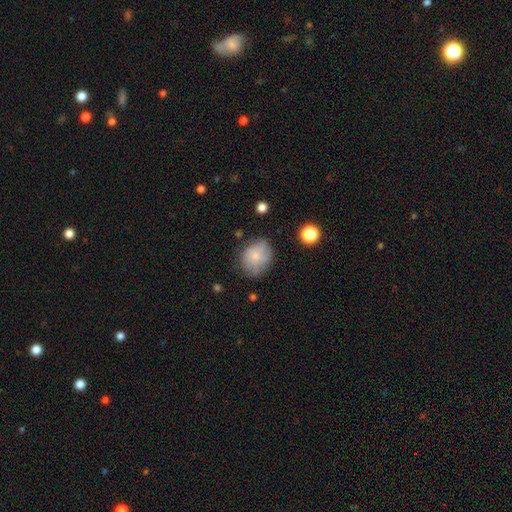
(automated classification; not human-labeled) A smooth galaxy with no disk features (67%) that is round (60%).

Vote fractions:
- Smooth or featured? smooth: 67% / featured or disk: 24% / star or artifact: 9%
- How rounded? round: 60% / in between: 39% / cigar-shaped: 1%
- Merging? none: 63% / minor disturbance: 25% / major disturbance: 9% / merger: 2%